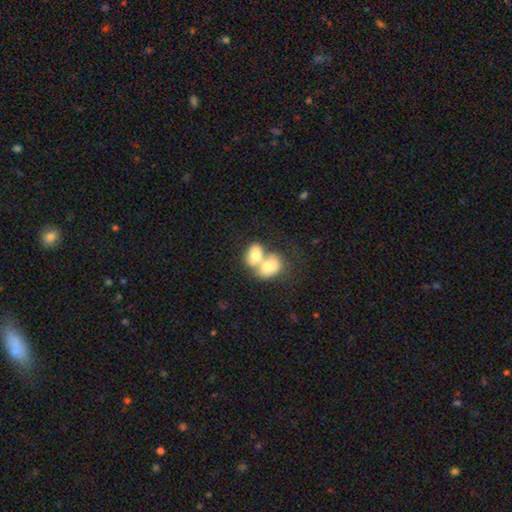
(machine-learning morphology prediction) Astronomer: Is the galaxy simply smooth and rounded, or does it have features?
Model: smooth — 71%.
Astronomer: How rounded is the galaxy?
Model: in between — 69%.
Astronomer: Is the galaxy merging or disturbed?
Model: merger — 79%.